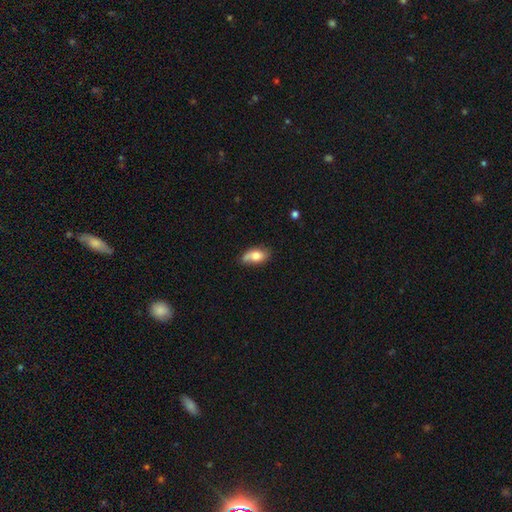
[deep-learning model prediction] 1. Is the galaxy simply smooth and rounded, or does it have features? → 71% smooth, 21% featured or disk, 8% star or artifact.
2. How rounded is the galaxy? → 88% in between, 8% round, 4% cigar-shaped.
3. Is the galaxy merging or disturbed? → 47% none, 33% minor disturbance, 11% major disturbance, 9% merger.